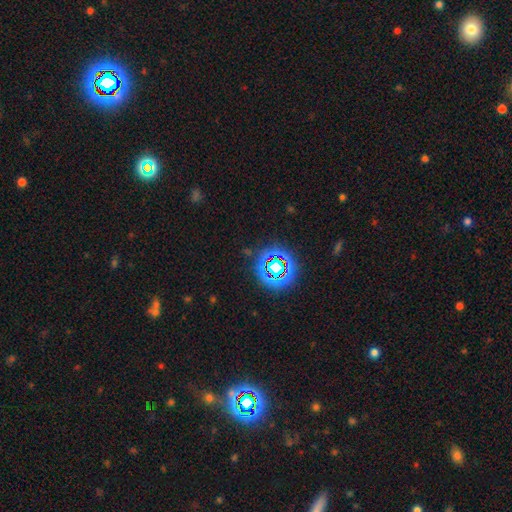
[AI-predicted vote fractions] Morphology: type=star or artifact (74%).